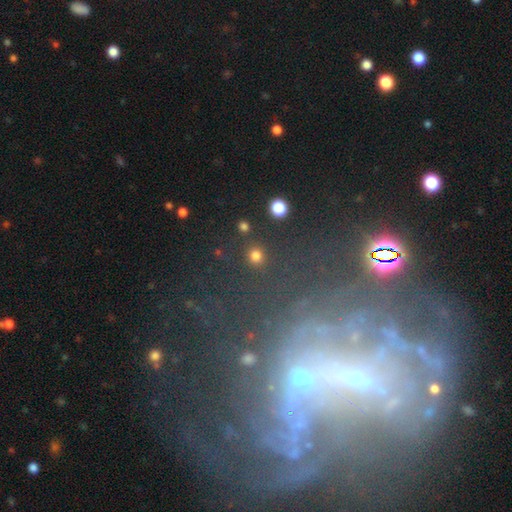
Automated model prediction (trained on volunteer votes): This appears to be a smooth galaxy with no disk features (78%) that is round (92%). Merging: none (87%).